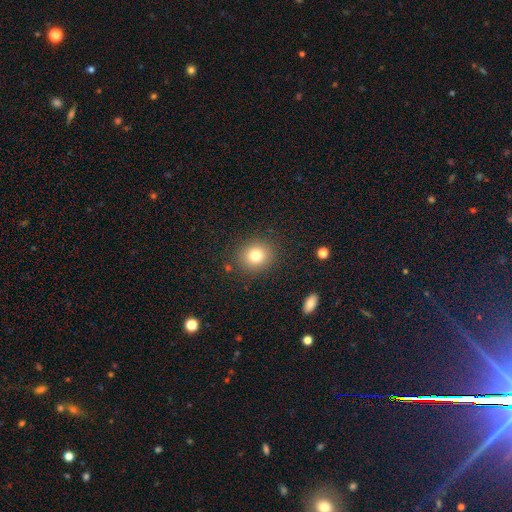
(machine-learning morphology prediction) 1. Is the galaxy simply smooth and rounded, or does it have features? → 79% smooth, 13% star or artifact, 9% featured or disk.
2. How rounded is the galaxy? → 80% round, 19% in between, 1% cigar-shaped.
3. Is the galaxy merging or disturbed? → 88% none, 8% minor disturbance, 3% major disturbance, 2% merger.